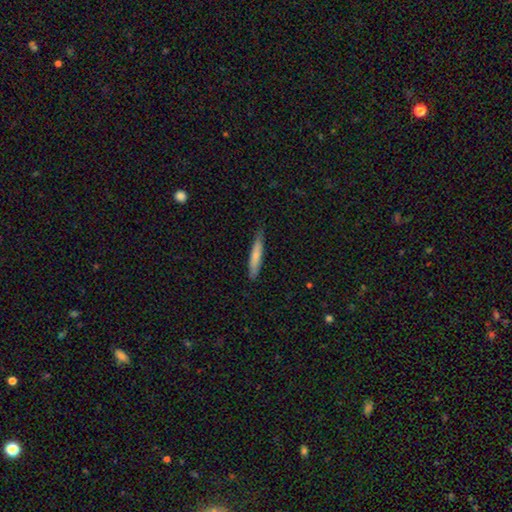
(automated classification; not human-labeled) This is likely a smooth galaxy (73%). How rounded: clearly cigar-shaped (92%). Merging: clearly none (85%).